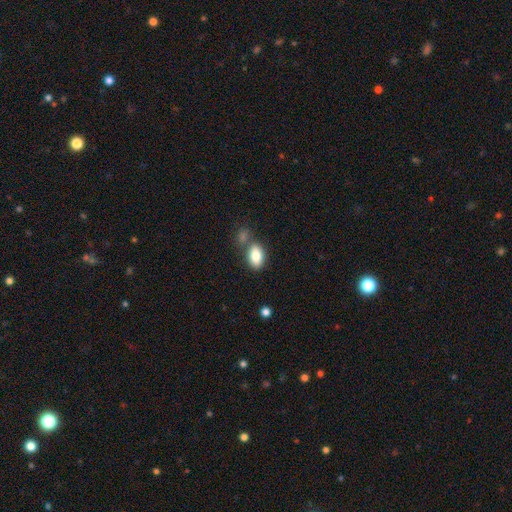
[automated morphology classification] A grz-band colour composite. It shows a smooth galaxy with no disk features (84%) that is in between round and cigar-shaped (90%). Merging: none (60%).